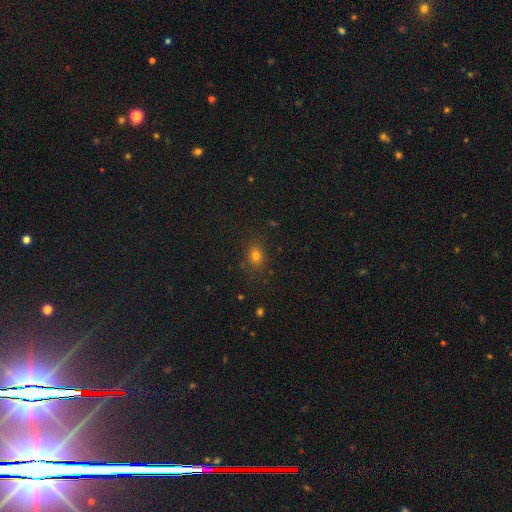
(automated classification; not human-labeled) This appears to be a smooth galaxy with no disk features (74%) that is in between round and cigar-shaped (52%). Merging: none (80%).